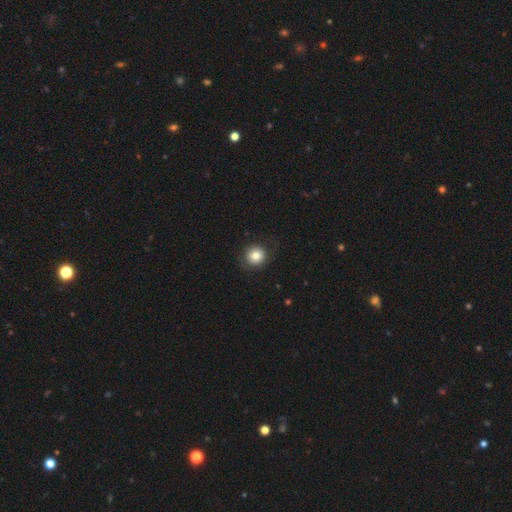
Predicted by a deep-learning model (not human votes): smooth_or_featured: smooth (p=0.81) [alt: star or artifact p=0.10]
how_rounded: round (p=0.91) [alt: in between p=0.08]
merging: none (p=0.84) [alt: minor disturbance p=0.11]